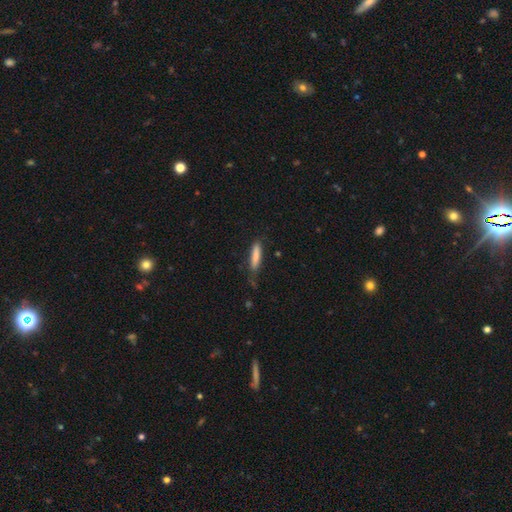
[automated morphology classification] smooth 82%, featured or disk 12%, star or artifact 6%. Down the decision tree: how rounded — cigar-shaped (85%); merging — none (71%).